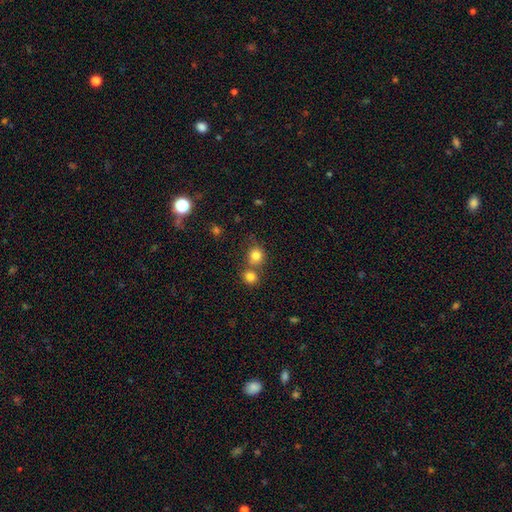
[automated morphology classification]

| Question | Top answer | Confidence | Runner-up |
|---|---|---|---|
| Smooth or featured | smooth | 81% | star or artifact (12%) |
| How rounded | round | 83% | in between (16%) |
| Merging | none | 52% | merger (36%) |